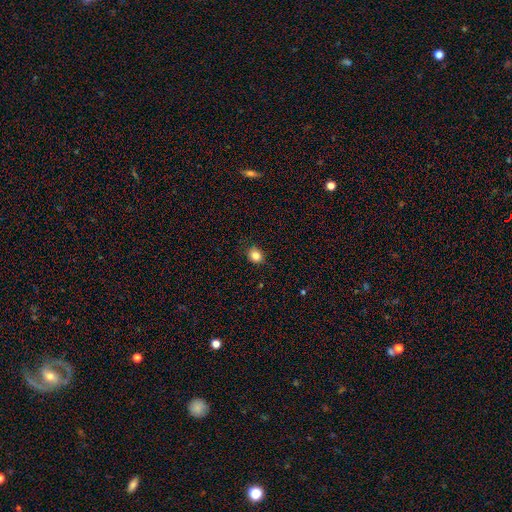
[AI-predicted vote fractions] This appears to be a smooth galaxy with no disk features (84%) that is round (68%). Merging: none (85%).